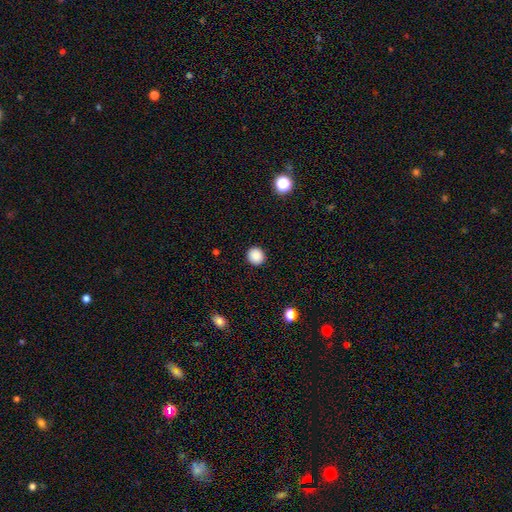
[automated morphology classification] The model was most divided on "smooth or featured": smooth: 88%, star or artifact: 10%, featured or disk: 3%. More confident: merging — none (92%); how rounded — round (92%).